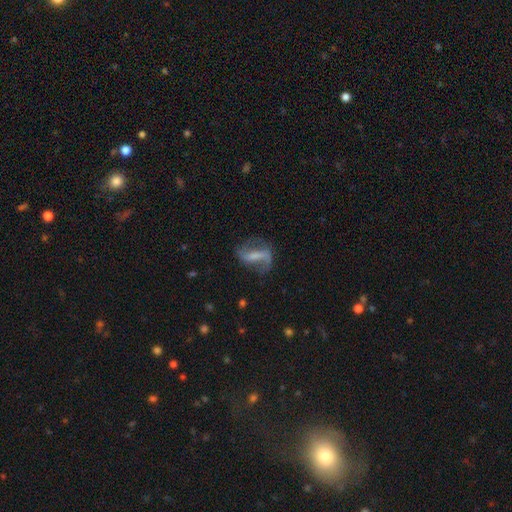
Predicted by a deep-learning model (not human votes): smooth_or_featured: featured or disk (p=0.74) [alt: smooth p=0.18]
disk_edge_on: no (p=0.94) [alt: yes p=0.06]
bar: strong (p=0.52) [alt: weak p=0.32]
has_spiral_arms: yes (p=0.87) [alt: no p=0.13]
spiral_winding: loose (p=0.65) [alt: medium p=0.27]
spiral_arm_count: 2 (p=0.82) [alt: 1 p=0.10]
bulge_size: none (p=0.47) [alt: small p=0.28]
merging: none (p=0.60) [alt: minor disturbance p=0.20]